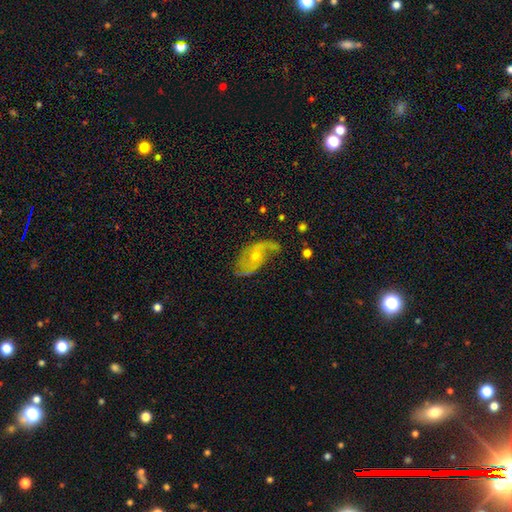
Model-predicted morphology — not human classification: Overall: featured or disk (80%). Edge-on disk: no (95%). Bar: no (69%). Spiral arms: yes (92%). Spiral arm count: 2 (73%). Spiral winding: loose (48%; medium 37%). Bulge size: small (50%; moderate 46%). Merging: none (57%; minor disturbance 25%).